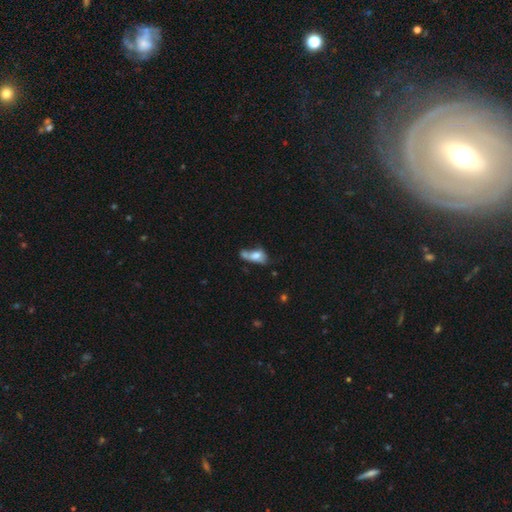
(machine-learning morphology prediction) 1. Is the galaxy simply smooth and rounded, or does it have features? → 65% smooth, 25% featured or disk, 10% star or artifact.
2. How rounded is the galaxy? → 81% in between, 11% round, 7% cigar-shaped.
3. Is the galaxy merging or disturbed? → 47% merger, 20% none, 17% minor disturbance, 16% major disturbance.